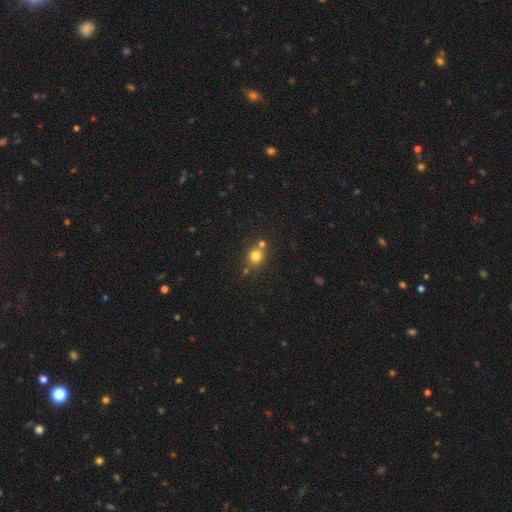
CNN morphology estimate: Overall: smooth (78%). How rounded: round (78%). Merging: none (64%).